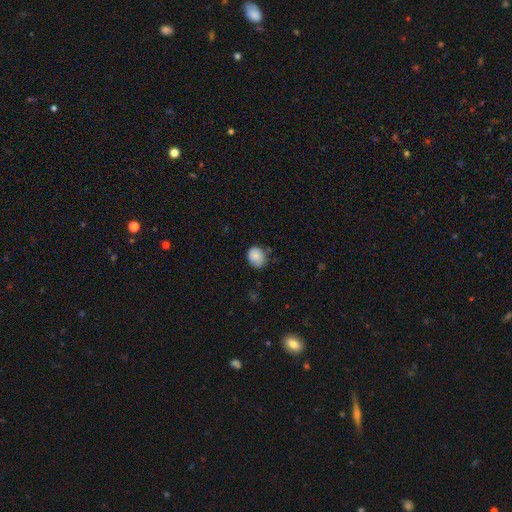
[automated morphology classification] Overall: smooth (84%). How rounded: round (61%; in between 38%). Merging: none (64%; minor disturbance 28%).